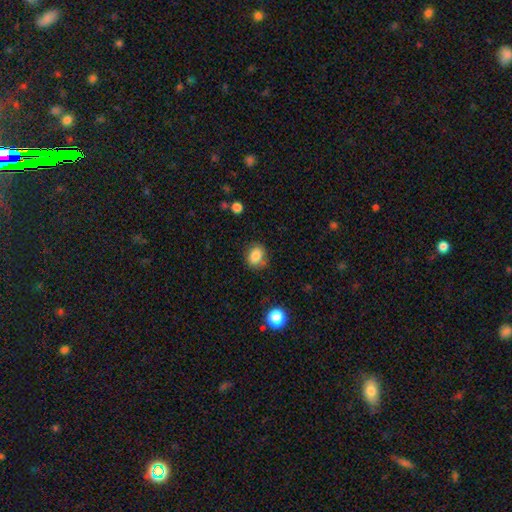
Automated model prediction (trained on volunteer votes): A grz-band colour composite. It shows a smooth galaxy with no disk features (82%) that is round (52%). Merging: none (72%).